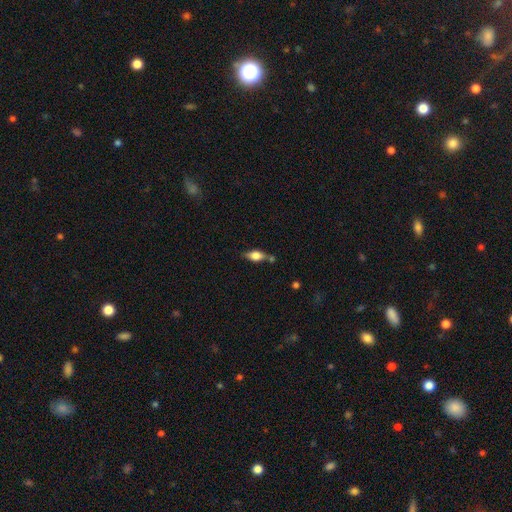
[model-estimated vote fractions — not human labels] Overall: smooth (63%; featured or disk 28%). How rounded: in between (78%). Merging: none (63%).